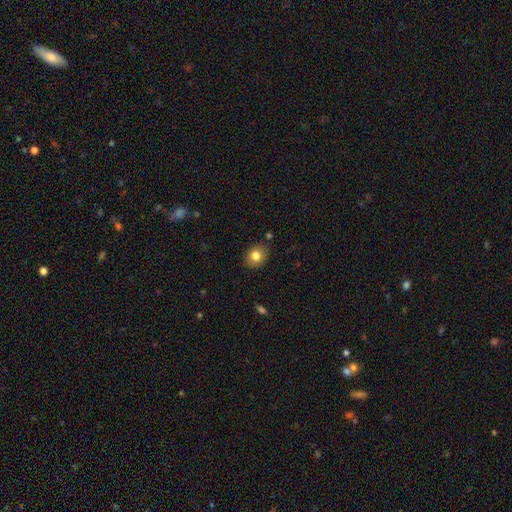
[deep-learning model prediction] Overall: smooth (81%). How rounded: in between (51%; round 48%). Merging: none (85%).